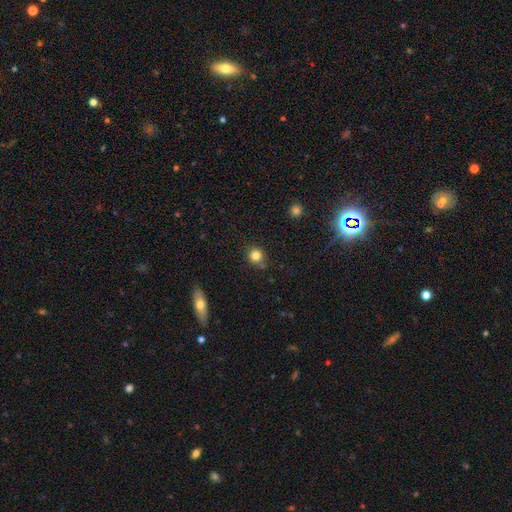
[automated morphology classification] Smooth or featured?
  - smooth: 82% *
  - star or artifact: 12%
  - featured or disk: 6%
How rounded?
  - round: 88% *
  - in between: 11%
  - cigar-shaped: 1%
Merging?
  - none: 79% *
  - minor disturbance: 12%
  - merger: 6%
  - major disturbance: 3%